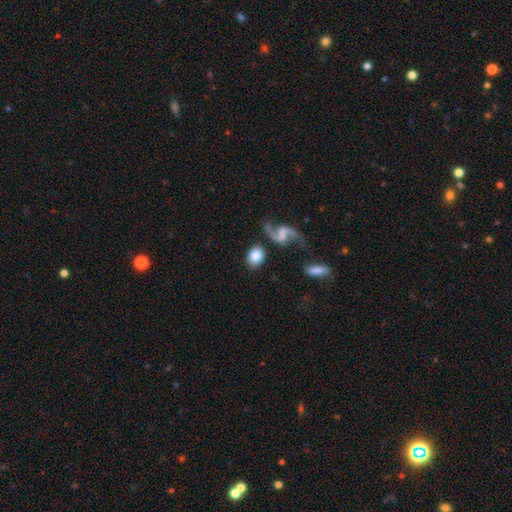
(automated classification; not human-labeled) smooth_or_featured: smooth (p=0.72) [alt: featured or disk p=0.21]
how_rounded: in between (p=0.60) [alt: round p=0.38]
merging: none (p=0.69) [alt: minor disturbance p=0.14]